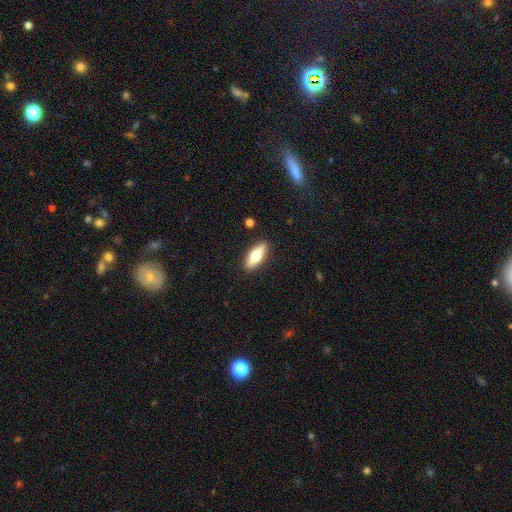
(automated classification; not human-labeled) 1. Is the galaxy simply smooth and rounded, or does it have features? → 54% smooth, 39% featured or disk, 6% star or artifact.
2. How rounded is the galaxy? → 60% in between, 37% cigar-shaped, 3% round.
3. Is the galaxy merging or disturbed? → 89% none, 8% minor disturbance, 2% major disturbance, 1% merger.